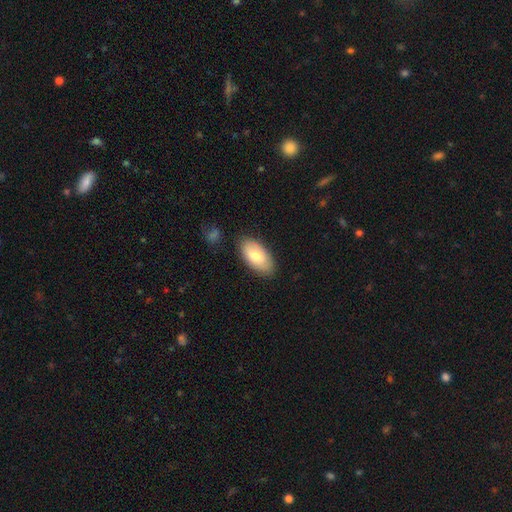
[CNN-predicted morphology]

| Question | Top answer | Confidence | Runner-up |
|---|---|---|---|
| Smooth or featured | smooth | 75% | featured or disk (19%) |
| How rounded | in between | 94% | cigar-shaped (3%) |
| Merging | none | 83% | minor disturbance (12%) |